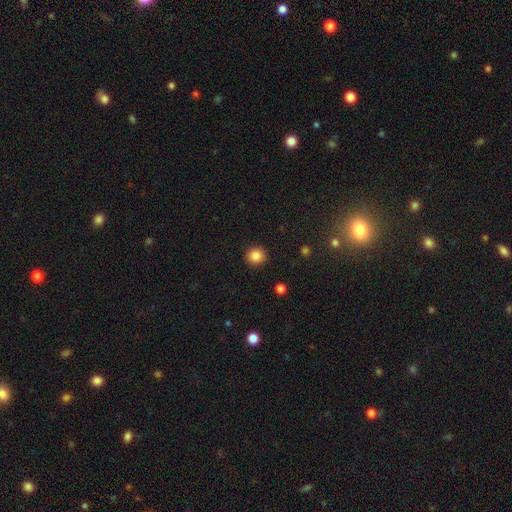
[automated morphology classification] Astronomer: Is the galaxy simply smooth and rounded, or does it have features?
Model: smooth — 86%.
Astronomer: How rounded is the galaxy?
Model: round — 93%.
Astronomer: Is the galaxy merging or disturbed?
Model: none — 92%.